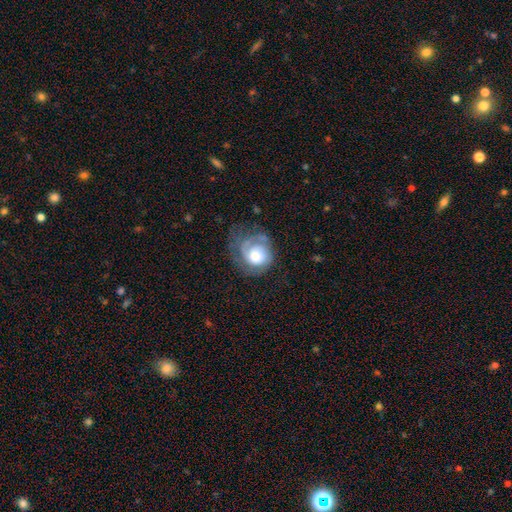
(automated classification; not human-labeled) This appears to be a featured or disk galaxy (59%) with no bar (80%), spiral arms (81%) and a large central bulge (42%). Merging: none (48%).